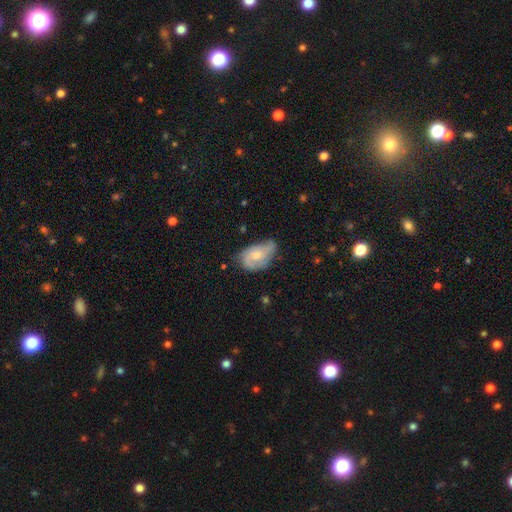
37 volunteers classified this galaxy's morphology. smooth_or_featured: featured or disk (p=0.70) [alt: smooth p=0.27]
disk_edge_on: no (p=0.92) [alt: yes p=0.08]
bar: no (p=0.71) [alt: weak p=0.25]
has_spiral_arms: yes (p=0.79) [alt: no p=0.21]
spiral_winding: medium (p=0.42) [alt: loose p=0.32]
spiral_arm_count: 2 (p=0.37) [alt: 3 p=0.32]
bulge_size: small (p=0.58) [alt: moderate p=0.33]
merging: minor disturbance (p=0.47) [alt: none p=0.42]